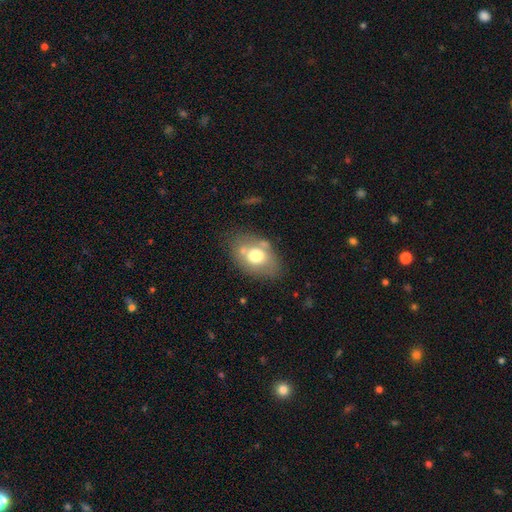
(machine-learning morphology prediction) Smooth or featured?
  - smooth: 64% *
  - featured or disk: 28%
  - star or artifact: 9%
How rounded?
  - in between: 79% *
  - round: 20%
  - cigar-shaped: 1%
Merging?
  - none: 61% *
  - minor disturbance: 21%
  - merger: 11%
  - major disturbance: 7%